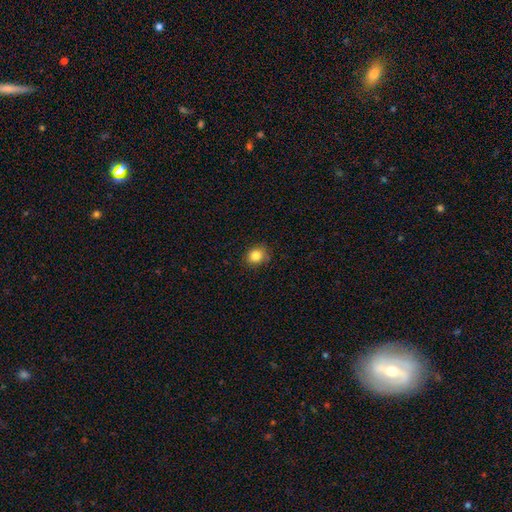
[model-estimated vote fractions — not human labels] Smooth or featured?
  - smooth: 84% *
  - star or artifact: 11%
  - featured or disk: 5%
How rounded?
  - round: 72% *
  - in between: 27%
  - cigar-shaped: 1%
Merging?
  - none: 82% *
  - minor disturbance: 14%
  - major disturbance: 3%
  - merger: 1%